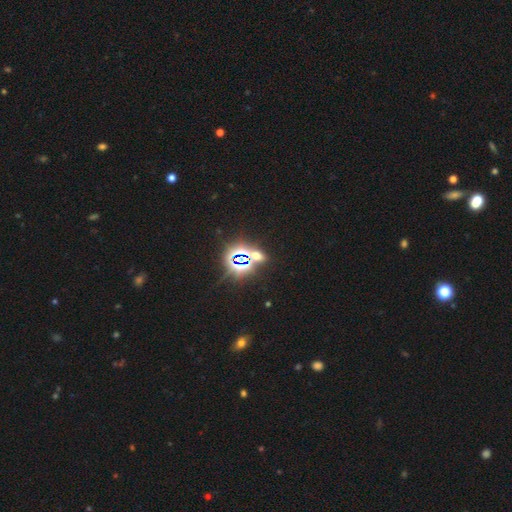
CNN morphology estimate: smooth_or_featured: star or artifact (p=0.65) [alt: smooth p=0.26]